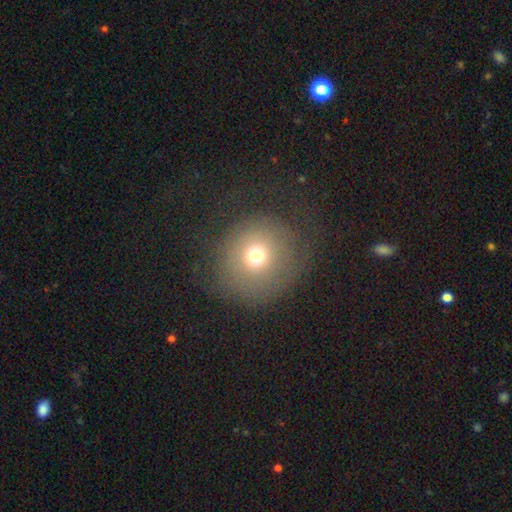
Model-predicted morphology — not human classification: Overall: smooth (65%). How rounded: round (91%). Merging: none (71%).